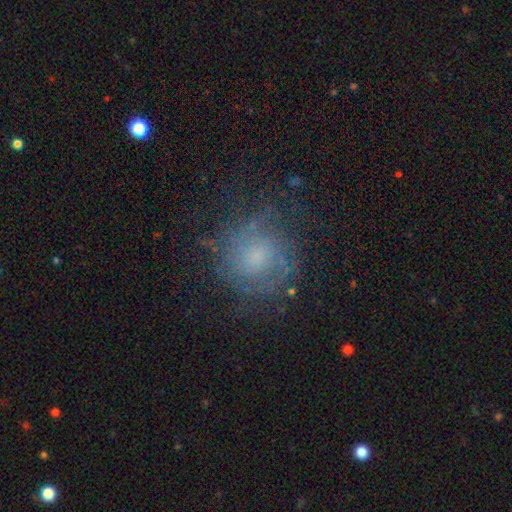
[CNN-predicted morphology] The model was most divided on "smooth or featured": featured or disk: 50%, smooth: 36%, star or artifact: 14%. More confident: edge-on disk — no (97%); merging — none (68%).